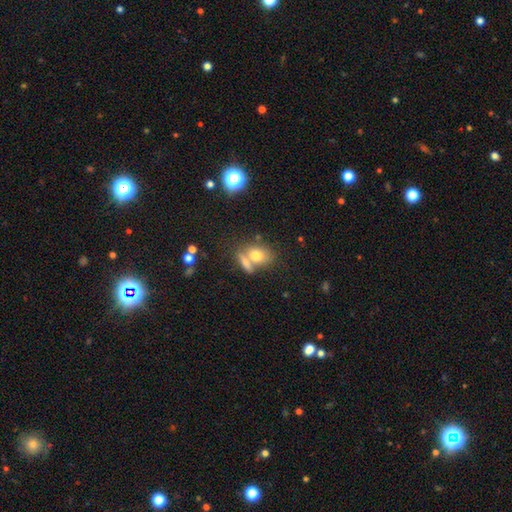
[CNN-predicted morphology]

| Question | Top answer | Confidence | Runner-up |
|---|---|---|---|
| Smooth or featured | smooth | 74% | featured or disk (16%) |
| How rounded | in between | 64% | round (32%) |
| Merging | merger | 42% | tied: none (42%) |